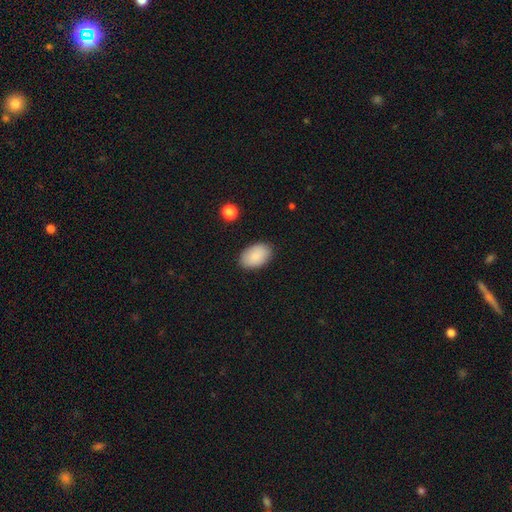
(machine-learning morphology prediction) Smooth or featured?
  - smooth: 89% *
  - star or artifact: 6%
  - featured or disk: 5%
How rounded?
  - in between: 93% *
  - round: 6%
  - cigar-shaped: 1%
Merging?
  - none: 87% *
  - minor disturbance: 9%
  - major disturbance: 2%
  - merger: 1%